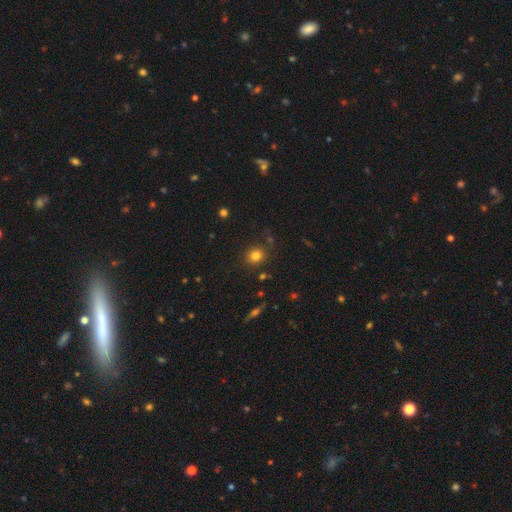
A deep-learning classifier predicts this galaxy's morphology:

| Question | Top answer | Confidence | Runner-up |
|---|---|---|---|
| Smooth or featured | smooth | 79% | star or artifact (14%) |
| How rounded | round | 84% | in between (15%) |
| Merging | none | 84% | minor disturbance (9%) |